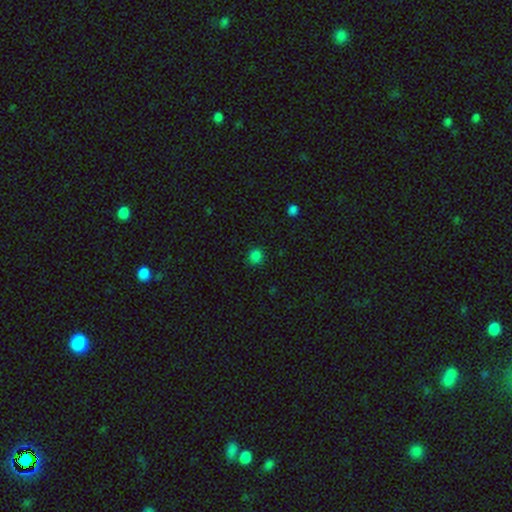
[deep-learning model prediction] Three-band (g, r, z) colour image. It shows a smooth galaxy with no disk features (82%) that is round (89%). Merging: none (89%).